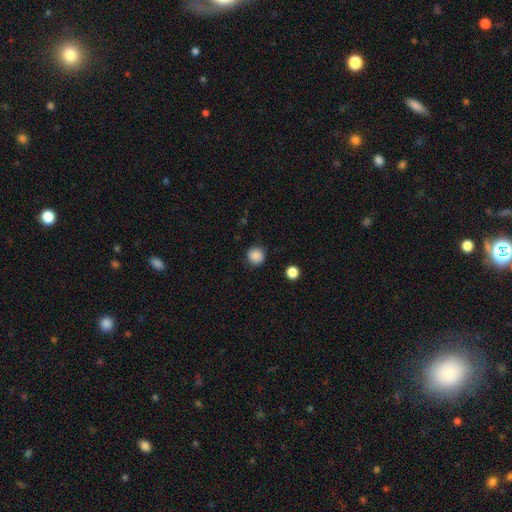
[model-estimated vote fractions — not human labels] A smooth galaxy with no disk features (88%) that is round (92%).

Vote fractions:
- Smooth or featured? smooth: 88% / star or artifact: 9% / featured or disk: 3%
- How rounded? round: 92% / in between: 7% / cigar-shaped: 1%
- Merging? none: 87% / minor disturbance: 9% / major disturbance: 3% / merger: 1%